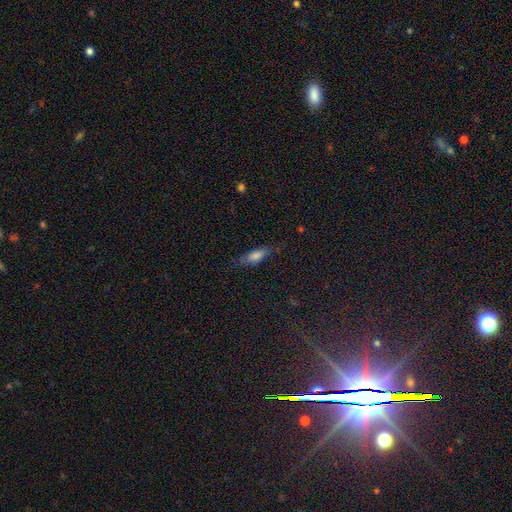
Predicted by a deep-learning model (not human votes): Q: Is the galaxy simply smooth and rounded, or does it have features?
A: smooth — 58%.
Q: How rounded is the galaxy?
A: cigar-shaped — 54%.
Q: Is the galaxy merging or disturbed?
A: none — 72%.